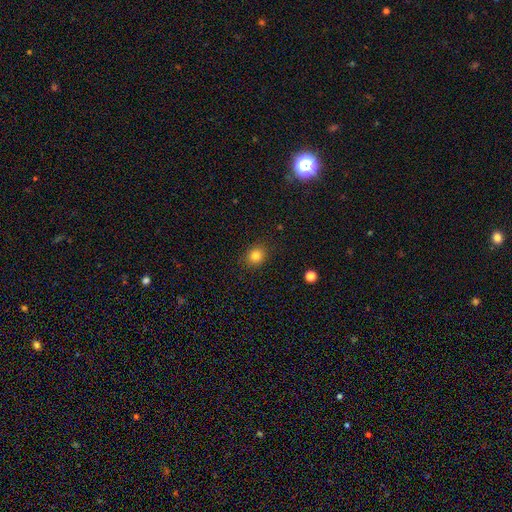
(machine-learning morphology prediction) smooth-or-featured: smooth: 83% | star or artifact: 11% | featured or disk: 5%
  how-rounded: round: 70% | in between: 29% | cigar-shaped: 1%
  merging: none: 88% | minor disturbance: 8% | major disturbance: 3% | merger: 1%